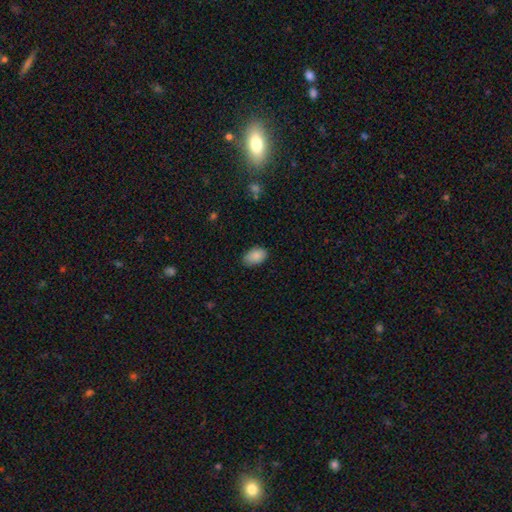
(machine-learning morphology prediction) Smooth or featured?
  - smooth: 87% *
  - star or artifact: 7%
  - featured or disk: 5%
How rounded?
  - in between: 91% *
  - round: 8%
  - cigar-shaped: 1%
Merging?
  - none: 78% *
  - minor disturbance: 18%
  - major disturbance: 3%
  - merger: 1%